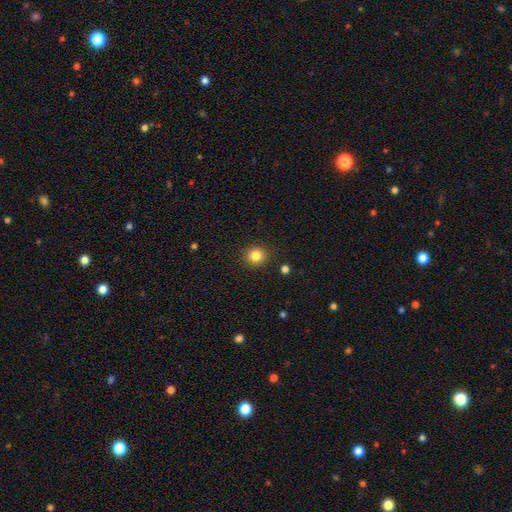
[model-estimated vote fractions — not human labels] smooth_or_featured: smooth (p=0.83) [alt: star or artifact p=0.12]
how_rounded: round (p=0.88) [alt: in between p=0.11]
merging: none (p=0.91) [alt: minor disturbance p=0.06]